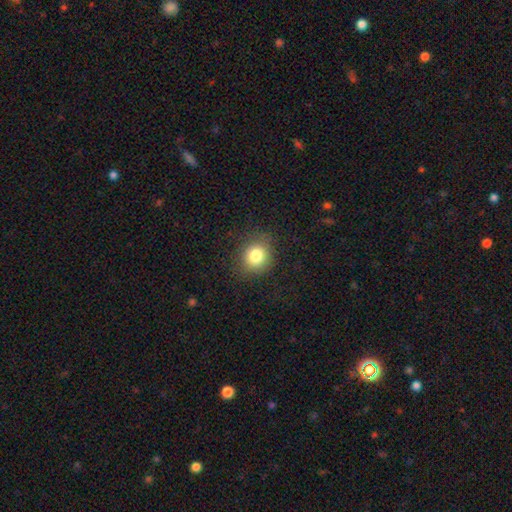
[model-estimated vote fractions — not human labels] This is clearly a smooth galaxy (82%). How rounded: likely round (76%). Merging: clearly none (83%).